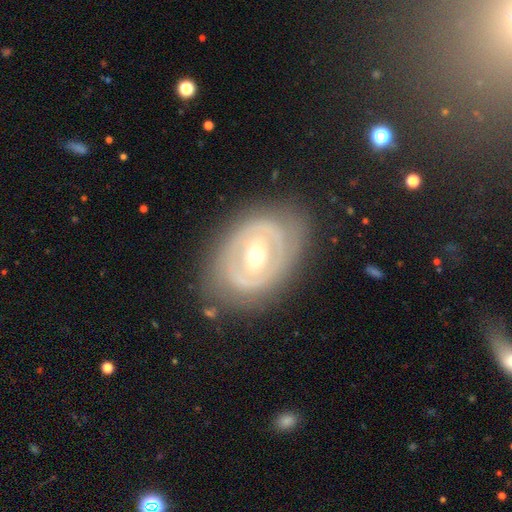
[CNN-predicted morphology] A featured or disk galaxy (75%) with no bar (49%), no spiral arms (58%) and a moderate central bulge (54%).

Vote fractions:
- Smooth or featured? featured or disk: 75% / smooth: 20% / star or artifact: 5%
- Edge-on disk? no: 94% / yes: 6%
- Bar? no: 49% / weak: 32% / strong: 19%
- Spiral arms? no: 58% / yes: 42%
- Bulge size? moderate: 54% / small: 42% / large: 3% / dominant: 1% / none: 1%
- Merging? none: 77% / minor disturbance: 15% / major disturbance: 6% / merger: 1%